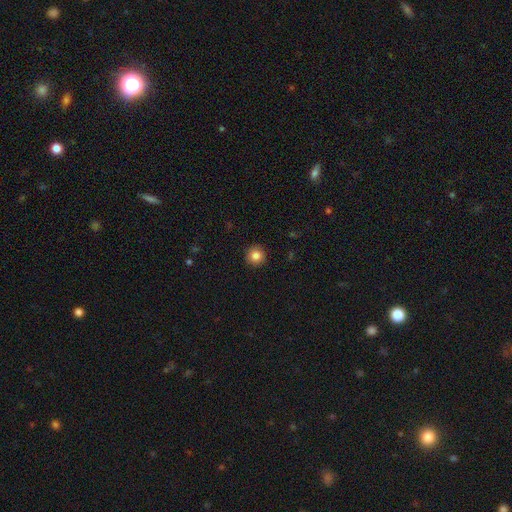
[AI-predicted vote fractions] This appears to be a smooth galaxy with no disk features (84%) that is round (95%). Merging: none (93%).